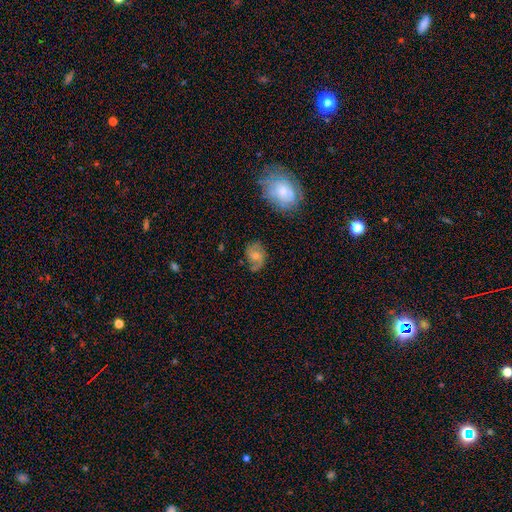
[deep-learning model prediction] The model was most divided on "bulge size": moderate: 45%, small: 38%, none: 10%, large: 5%, dominant: 1%. Remaining: edge-on disk — no (97%); spiral arms — yes (91%); spiral arm count — 2 (77%); merging — none (64%); smooth or featured — featured or disk (64%); bar — no (57%); spiral winding — medium (47%).